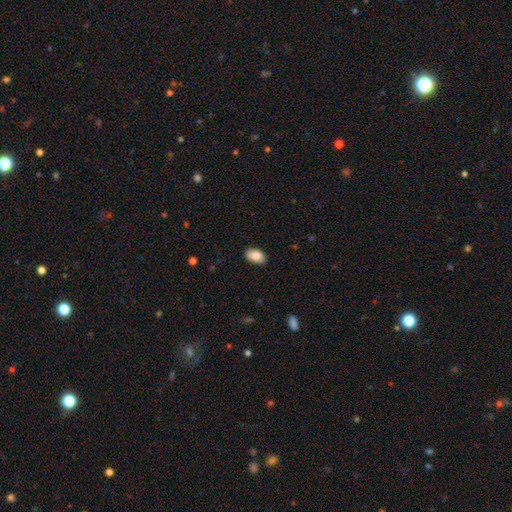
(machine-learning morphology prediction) Overall: smooth (87%). How rounded: in between (92%). Merging: none (83%).